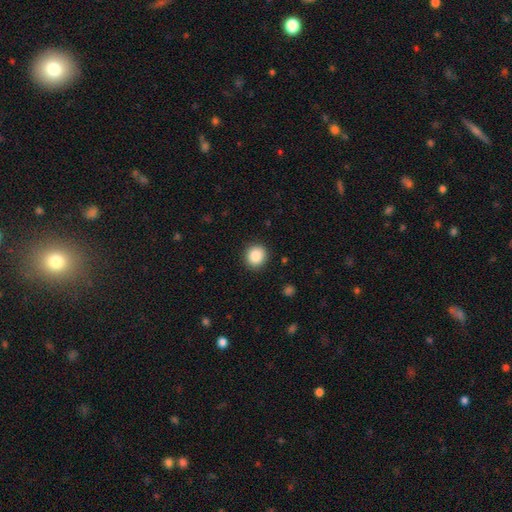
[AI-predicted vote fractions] A smooth galaxy with no disk features (88%) that is round (86%). Merging: none (90%).